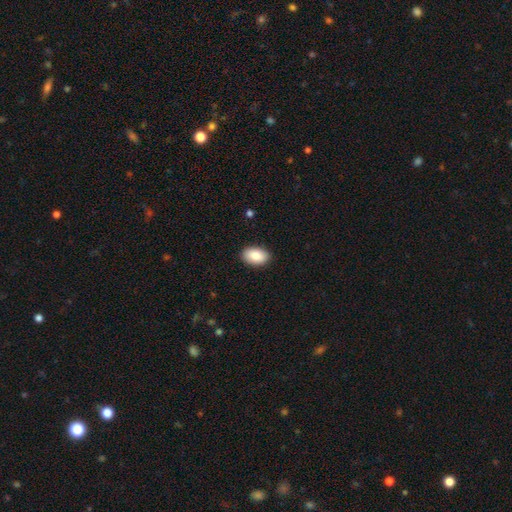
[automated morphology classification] Smooth or featured: smooth — 88% (star or artifact — 6%)
How rounded: in between — 92% (round — 7%)
Merging: none — 89% (minor disturbance — 8%)